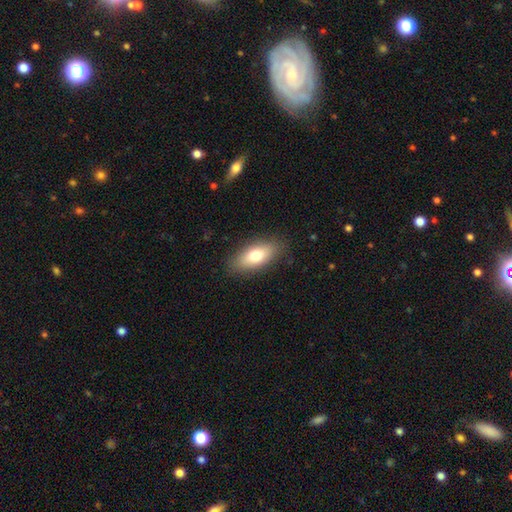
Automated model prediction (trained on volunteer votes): smooth_or_featured: smooth (p=0.75) [alt: featured or disk p=0.18]
how_rounded: in between (p=0.79) [alt: cigar-shaped p=0.18]
merging: none (p=0.86) [alt: minor disturbance p=0.10]